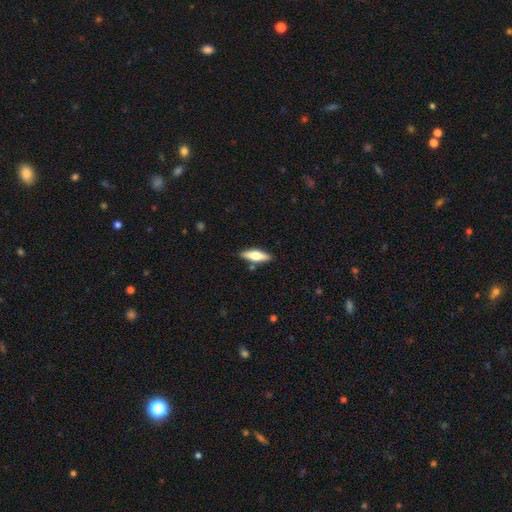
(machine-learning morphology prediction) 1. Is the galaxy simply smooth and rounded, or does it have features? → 54% smooth, 40% featured or disk, 6% star or artifact.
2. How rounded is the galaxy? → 49% cigar-shaped (tied), 49% in between (tied), 2% round.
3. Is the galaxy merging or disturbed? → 85% none, 10% minor disturbance, 3% merger, 2% major disturbance.